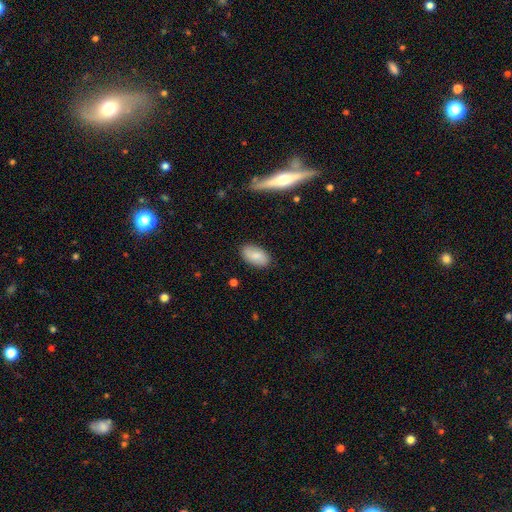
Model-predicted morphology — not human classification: Smooth or featured? Predicted: smooth (p=0.77). How rounded? Predicted: in between (p=0.94). Merging? Predicted: none (p=0.85).